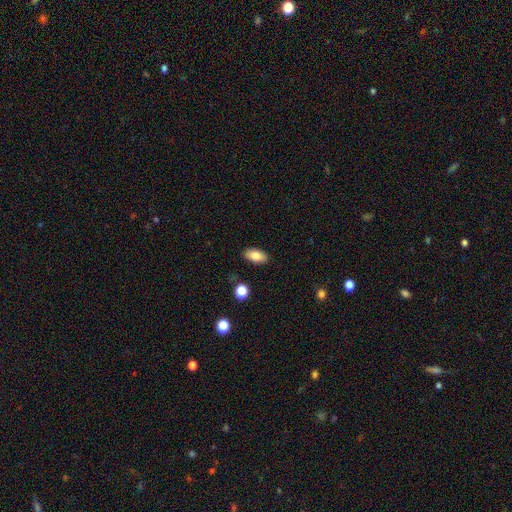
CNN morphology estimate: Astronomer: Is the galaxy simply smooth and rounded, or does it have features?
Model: smooth — 84%.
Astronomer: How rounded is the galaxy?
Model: in between — 92%.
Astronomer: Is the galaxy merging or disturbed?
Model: none — 88%.